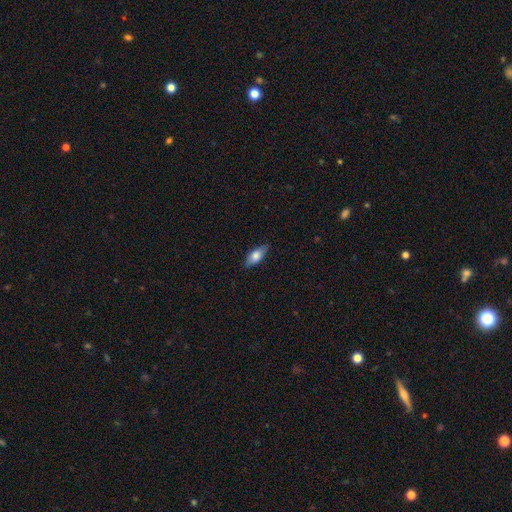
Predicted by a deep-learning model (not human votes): This appears to be a smooth galaxy with no disk features (70%) that is in between round and cigar-shaped (81%). Merging: none (84%).